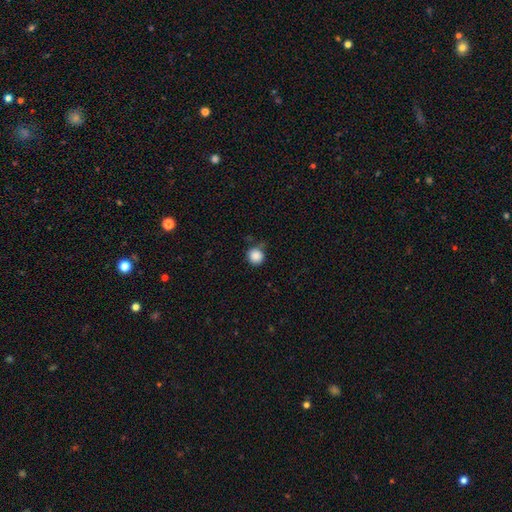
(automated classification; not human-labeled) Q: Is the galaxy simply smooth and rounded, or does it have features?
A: smooth — 87%.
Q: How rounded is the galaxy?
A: round — 93%.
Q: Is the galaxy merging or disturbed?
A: none — 74%.